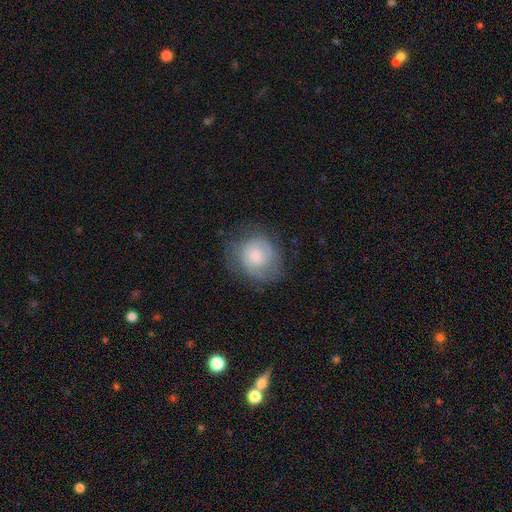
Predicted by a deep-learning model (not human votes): The model was most divided on "smooth or featured": smooth: 51%, featured or disk: 42%, star or artifact: 7%. More confident: how rounded — round (76%); merging — none (61%).